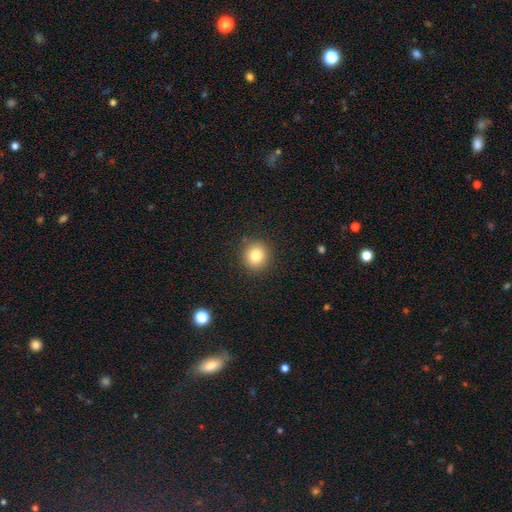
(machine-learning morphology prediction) Smooth or featured: smooth — 82% (star or artifact — 11%)
How rounded: round — 89% (in between — 10%)
Merging: none — 89% (minor disturbance — 7%)